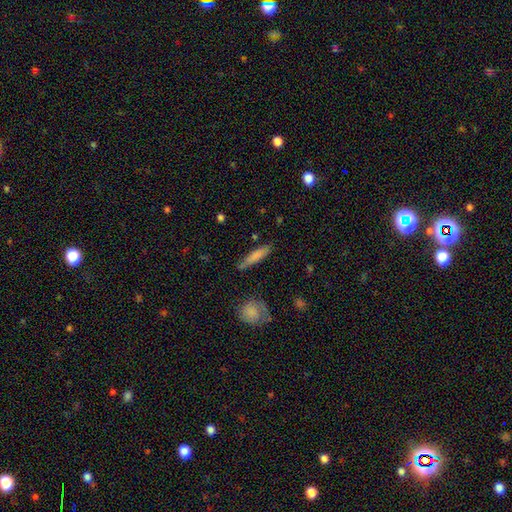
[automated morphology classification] A smooth galaxy with no disk features (76%) that is cigar-shaped (85%). Merging: none (78%).